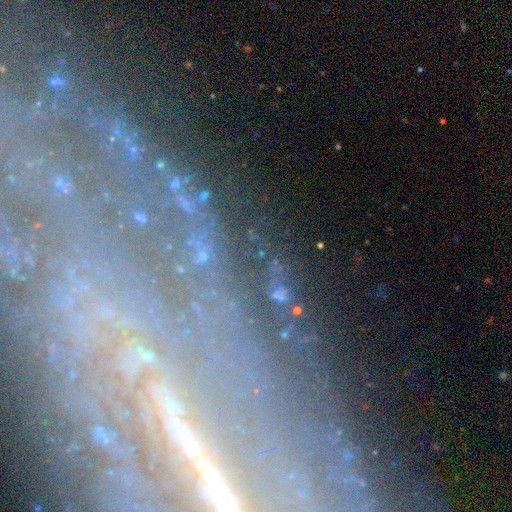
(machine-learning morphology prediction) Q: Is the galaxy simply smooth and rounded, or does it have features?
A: featured or disk — 56%.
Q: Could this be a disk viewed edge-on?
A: no — 70%.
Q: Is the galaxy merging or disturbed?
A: none — 71%.